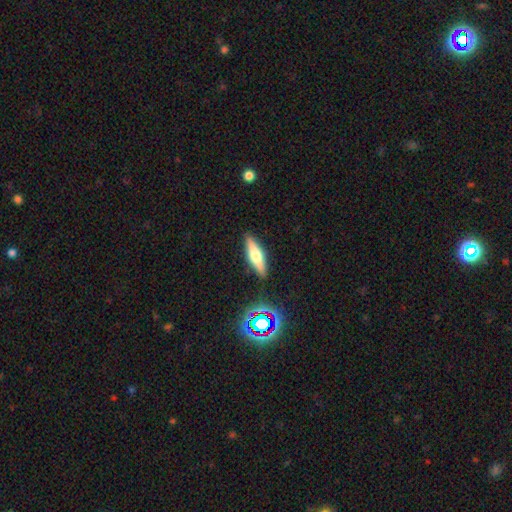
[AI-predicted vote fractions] A featured or disk galaxy (48%).

Vote fractions:
- Smooth or featured? featured or disk: 48% / smooth: 43% / star or artifact: 9%
- Merging? none: 88% / minor disturbance: 8% / major disturbance: 2% / merger: 2%